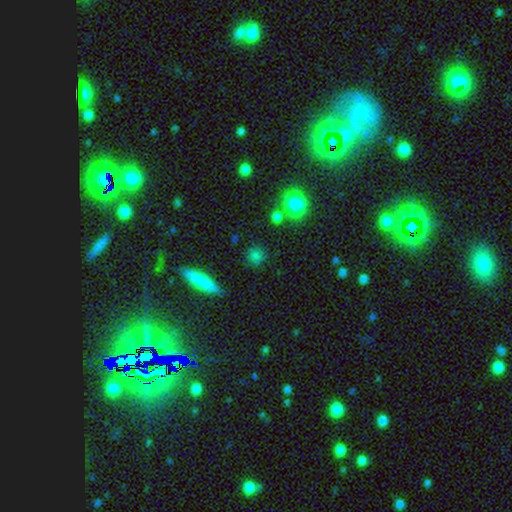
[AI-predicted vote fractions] A smooth galaxy with no disk features (78%) that is round (84%). Merging: none (84%).